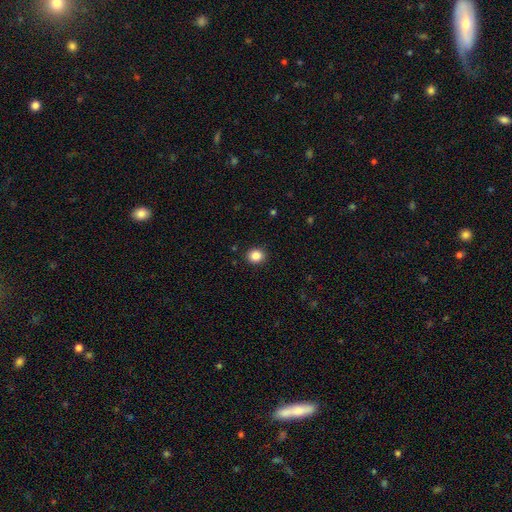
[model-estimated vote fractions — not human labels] Overall: smooth (86%). How rounded: round (75%). Merging: none (91%).